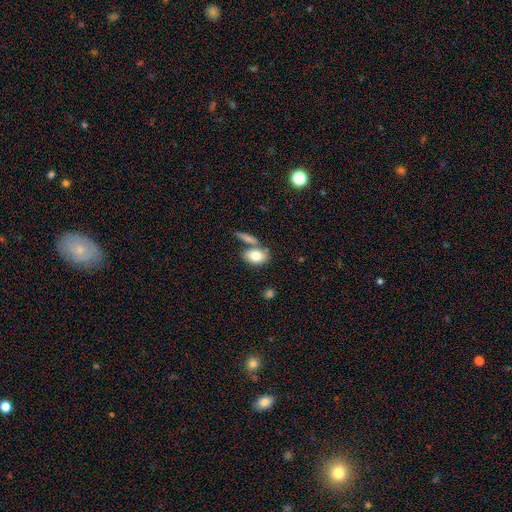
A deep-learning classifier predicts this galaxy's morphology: smooth 79%, featured or disk 14%, star or artifact 7%. Down the decision tree: how rounded — in between (82%); merging — none (50%).